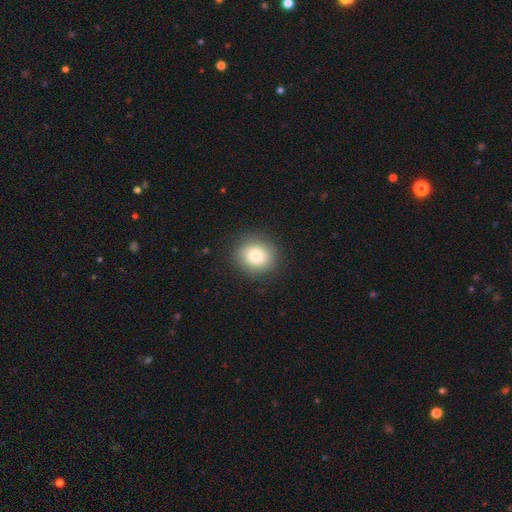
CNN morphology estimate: A smooth galaxy with no disk features (80%) that is round (81%). Merging: none (86%).